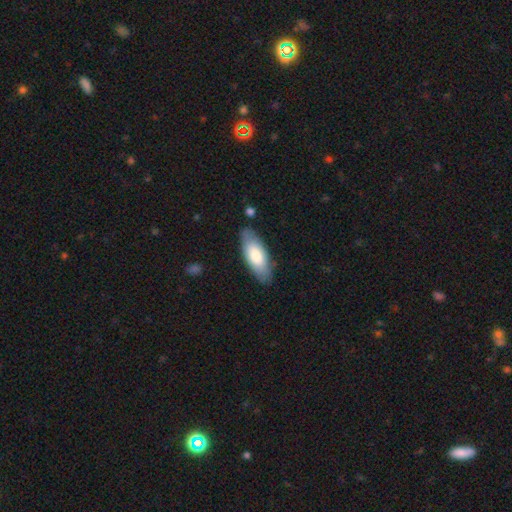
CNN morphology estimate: smooth 75%, featured or disk 20%, star or artifact 5%. Down the decision tree: how rounded — in between (80%); merging — none (82%).